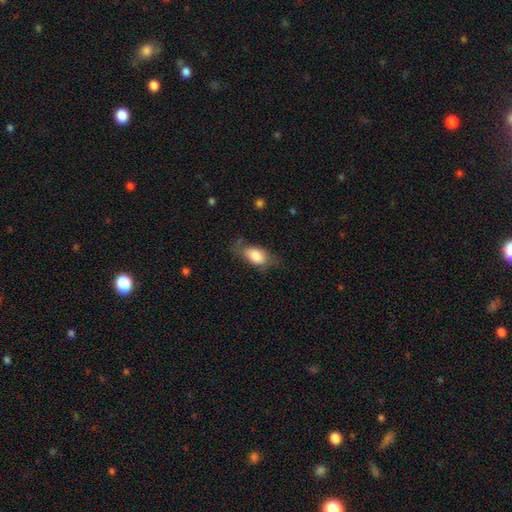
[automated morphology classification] Smooth or featured: smooth — 77% (featured or disk — 17%)
How rounded: in between — 89% (cigar-shaped — 6%)
Merging: none — 55% (minor disturbance — 30%)